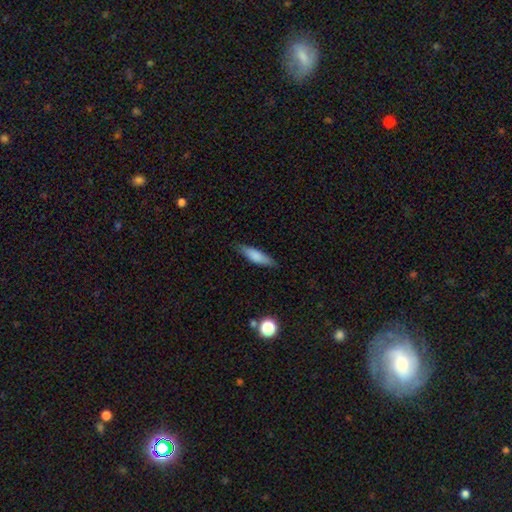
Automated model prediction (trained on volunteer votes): Smooth or featured?
  - smooth: 78% *
  - featured or disk: 16%
  - star or artifact: 6%
How rounded?
  - cigar-shaped: 62% *
  - in between: 36%
  - round: 2%
Merging?
  - none: 83% *
  - minor disturbance: 13%
  - major disturbance: 3%
  - merger: 1%